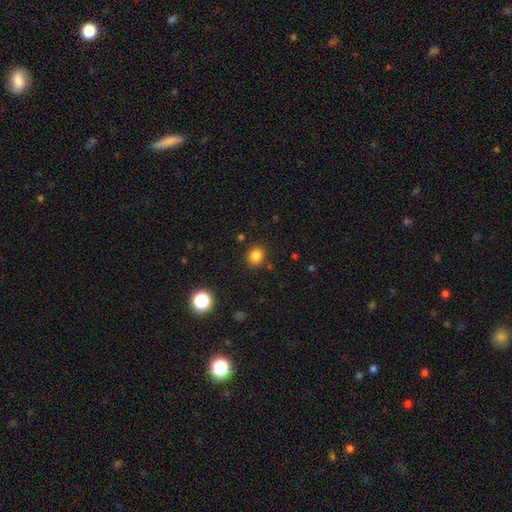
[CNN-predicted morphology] The model was most divided on "how rounded": round: 79%, in between: 20%, cigar-shaped: 1%. More confident: merging — none (87%); smooth or featured — smooth (83%).